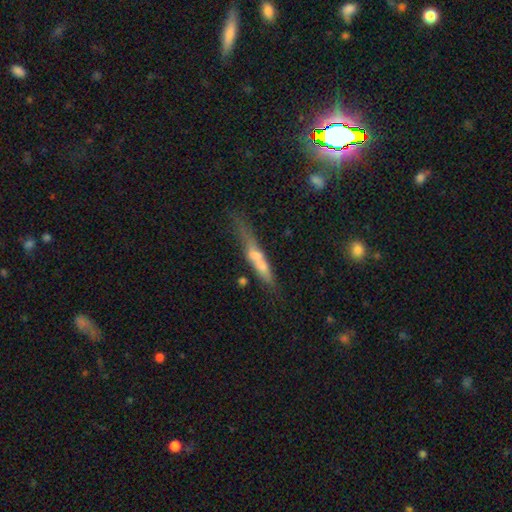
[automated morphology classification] A featured or disk galaxy (47%). Merging: none (69%).